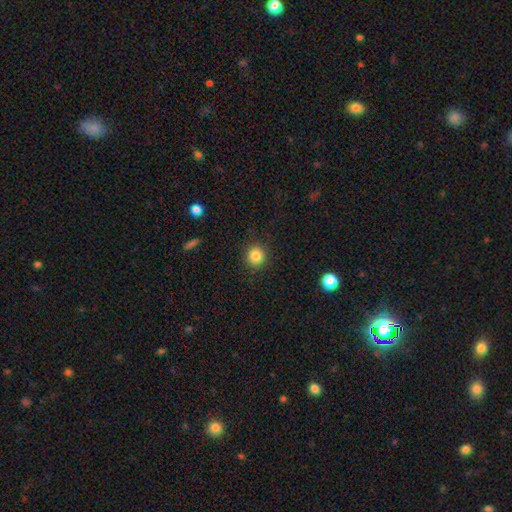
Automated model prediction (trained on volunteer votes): A smooth galaxy with no disk features (84%) that is round (92%).

Vote fractions:
- Smooth or featured? smooth: 84% / star or artifact: 11% / featured or disk: 5%
- How rounded? round: 92% / in between: 7% / cigar-shaped: 1%
- Merging? none: 90% / minor disturbance: 6% / major disturbance: 2% / merger: 1%